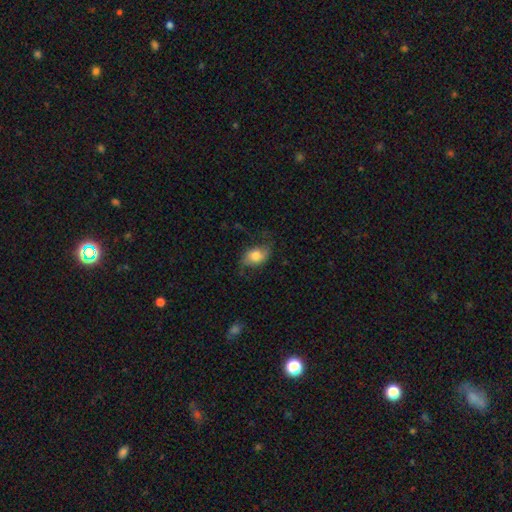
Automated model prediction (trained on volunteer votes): This is possibly a smooth galaxy (59%). How rounded: clearly in between (81%). Merging: likely none (62%).